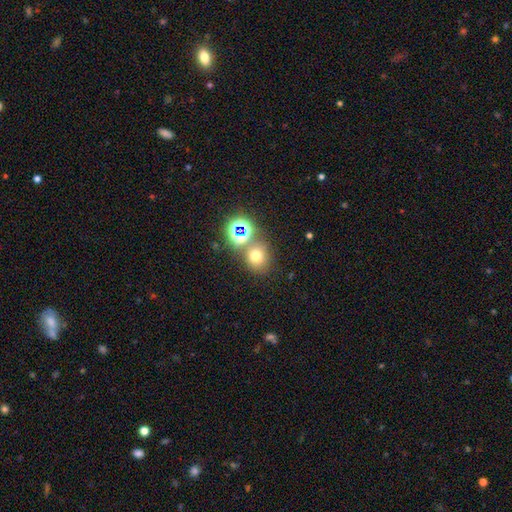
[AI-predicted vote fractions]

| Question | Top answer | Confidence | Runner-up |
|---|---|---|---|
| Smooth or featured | smooth | 65% | star or artifact (26%) |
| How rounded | round | 80% | in between (19%) |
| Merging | none | 64% | merger (23%) |